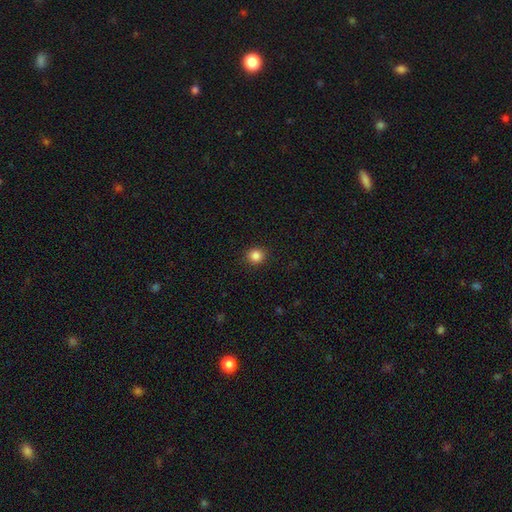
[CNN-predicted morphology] This is clearly a smooth galaxy (85%). How rounded: clearly round (89%). Merging: clearly none (91%).